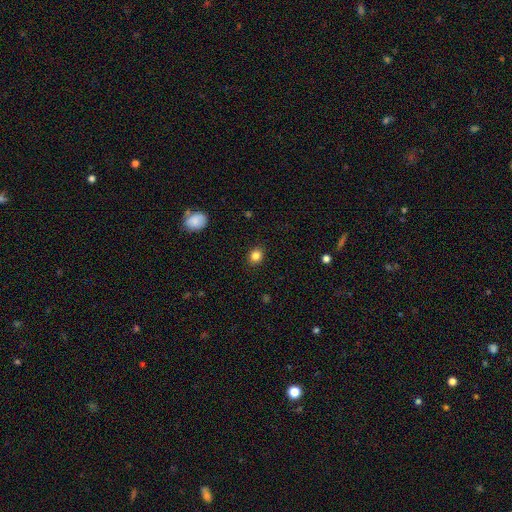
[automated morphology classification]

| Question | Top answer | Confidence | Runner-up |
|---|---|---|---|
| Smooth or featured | smooth | 84% | star or artifact (11%) |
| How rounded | round | 70% | in between (29%) |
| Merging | none | 90% | minor disturbance (7%) |